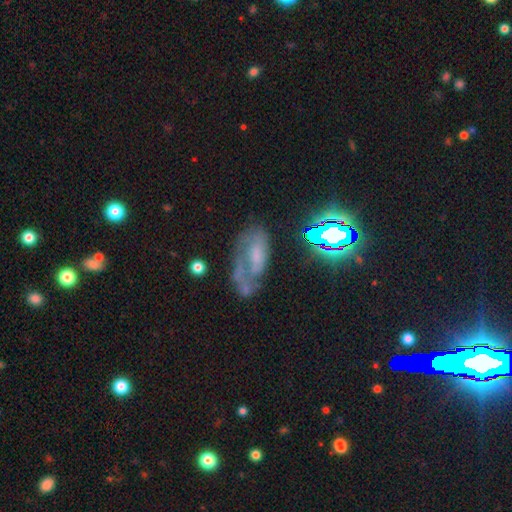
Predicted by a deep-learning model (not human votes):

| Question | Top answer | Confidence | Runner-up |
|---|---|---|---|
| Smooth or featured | featured or disk | 55% | smooth (28%) |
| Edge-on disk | no | 91% | yes (9%) |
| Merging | none | 39% | major disturbance (28%) |